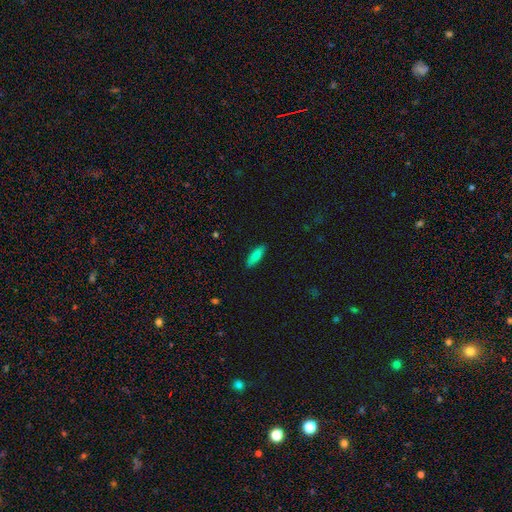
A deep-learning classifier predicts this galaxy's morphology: Smooth or featured: smooth — 85% (featured or disk — 9%)
How rounded: cigar-shaped — 51% (in between — 47%)
Merging: none — 89% (minor disturbance — 8%)